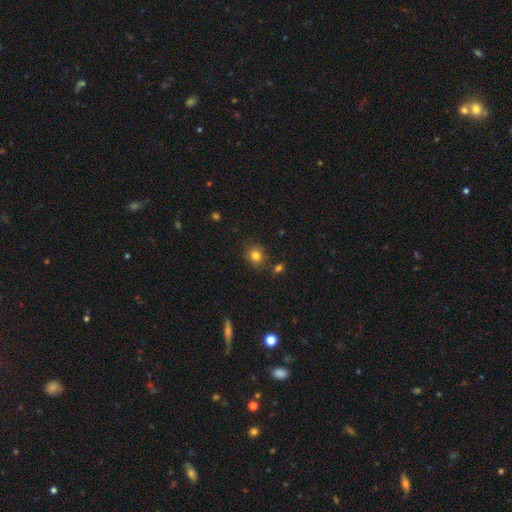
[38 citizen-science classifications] A smooth galaxy with no disk features (76%) that is round (83%). Merging: none (79%).